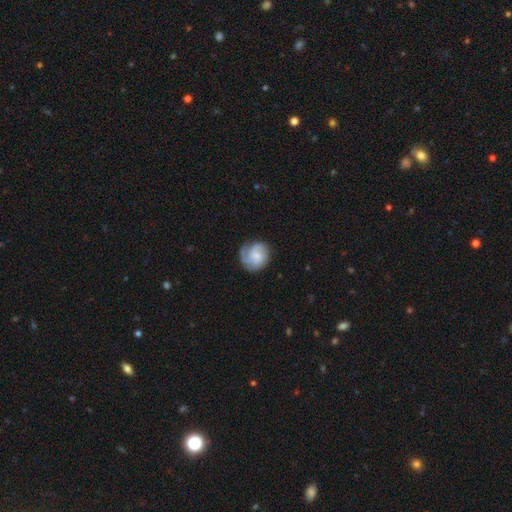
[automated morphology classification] Q: Smooth or featured?
A: featured or disk (55%); runner-up: smooth (38%)
Q: Edge-on disk?
A: no (98%); runner-up: yes (2%)
Q: Bar?
A: no (66%); runner-up: weak (29%)
Q: Spiral arms?
A: yes (88%); runner-up: no (12%)
Q: Bulge size?
A: small (38%); runner-up: moderate (27%)
Q: Merging?
A: none (70%); runner-up: minor disturbance (20%)